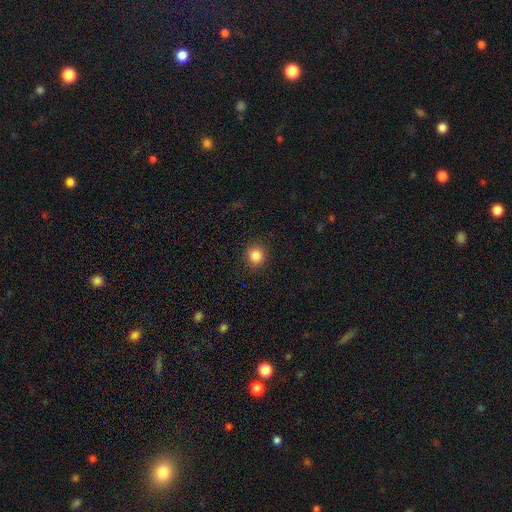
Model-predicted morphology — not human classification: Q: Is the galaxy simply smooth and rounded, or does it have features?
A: smooth — 85%.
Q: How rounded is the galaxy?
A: round — 85%.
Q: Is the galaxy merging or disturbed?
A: none — 89%.